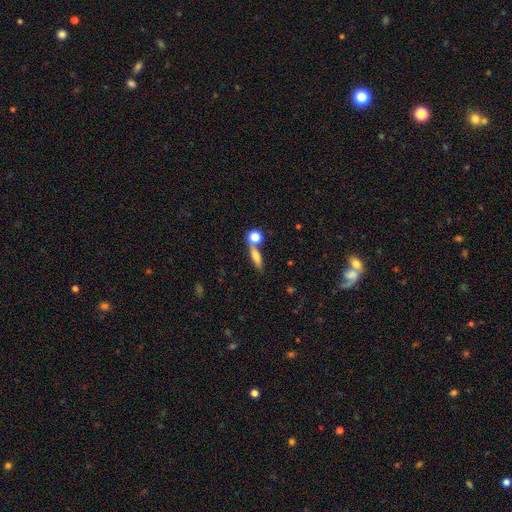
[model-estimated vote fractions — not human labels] Smooth or featured? smooth (67%)
How rounded? cigar-shaped (50%)
Merging? none (57%)